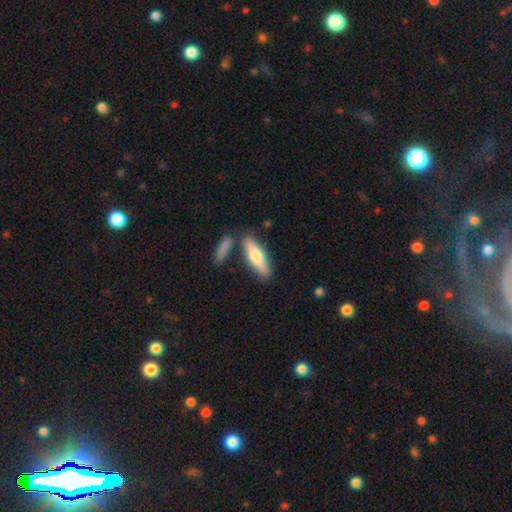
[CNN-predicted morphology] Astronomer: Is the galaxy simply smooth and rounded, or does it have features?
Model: smooth — 66%.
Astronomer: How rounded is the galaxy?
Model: cigar-shaped — 61% (runner-up: in between, 37%).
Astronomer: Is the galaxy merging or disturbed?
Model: none — 69%.